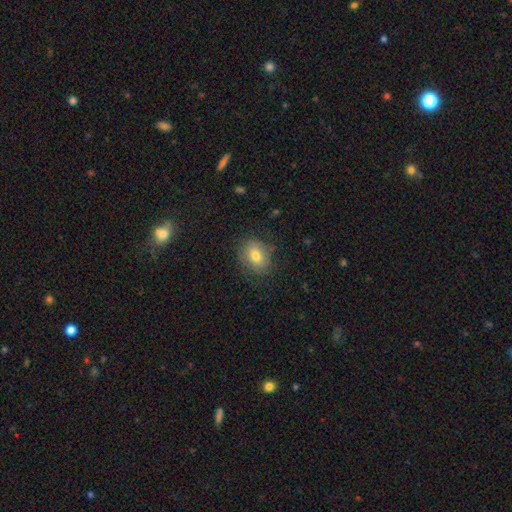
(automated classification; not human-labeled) smooth-or-featured: smooth: 74% | featured or disk: 16% | star or artifact: 9%
  how-rounded: in between: 64% | round: 34% | cigar-shaped: 1%
  merging: none: 77% | minor disturbance: 17% | major disturbance: 5% | merger: 1%